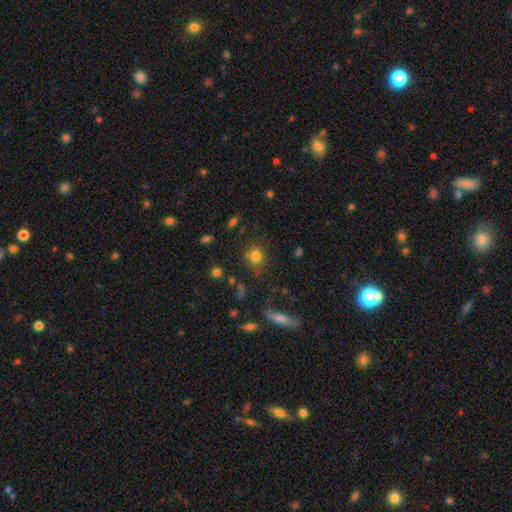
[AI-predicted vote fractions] smooth-or-featured: smooth: 76% | star or artifact: 15% | featured or disk: 9%
  how-rounded: round: 73% | in between: 25% | cigar-shaped: 2%
  merging: none: 71% | minor disturbance: 17% | major disturbance: 6% | merger: 6%